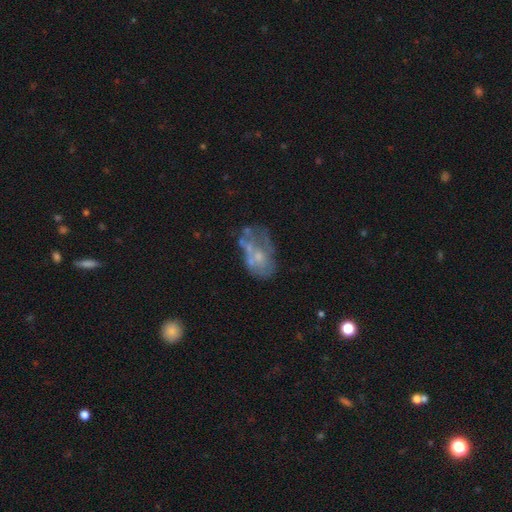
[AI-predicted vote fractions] This appears to be a featured or disk galaxy (56%) with no bar (88%), no spiral arms (86%) and a small central bulge (38%). Merging: none (33%).